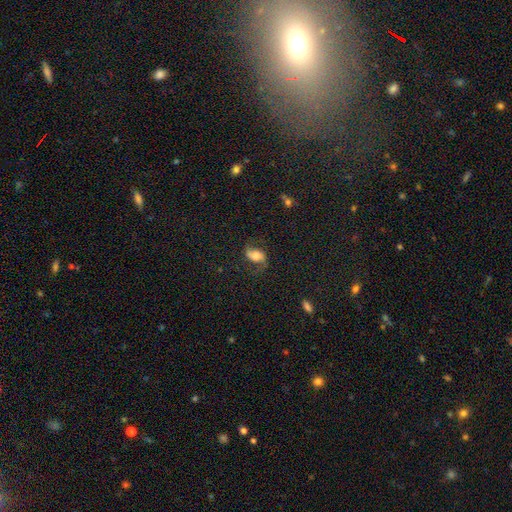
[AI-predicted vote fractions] A featured or disk galaxy (53%) with no bar (49%), spiral arms (88%) and a moderate central bulge (45%).

Vote fractions:
- Smooth or featured? featured or disk: 53% / smooth: 37% / star or artifact: 10%
- Edge-on disk? no: 95% / yes: 5%
- Bar? no: 49% / weak: 33% / strong: 19%
- Spiral arms? yes: 88% / no: 12%
- Bulge size? moderate: 45% / large: 31% / small: 14% / dominant: 5% / none: 4%
- Merging? none: 64% / minor disturbance: 18% / major disturbance: 15% / merger: 2%